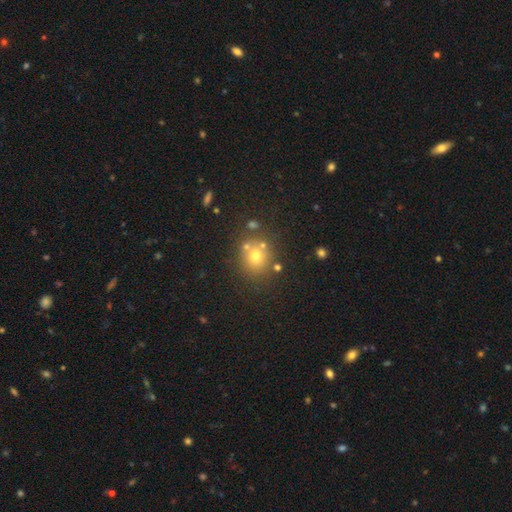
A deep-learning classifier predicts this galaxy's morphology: smooth-or-featured: smooth: 66% | star or artifact: 20% | featured or disk: 15%
  how-rounded: round: 82% | in between: 17% | cigar-shaped: 1%
  merging: none: 66% | merger: 19% | minor disturbance: 11% | major disturbance: 4%